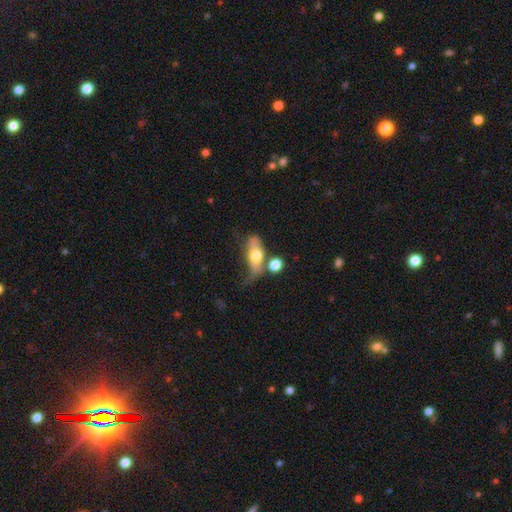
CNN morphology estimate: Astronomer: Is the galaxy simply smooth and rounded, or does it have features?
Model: smooth — 54% (runner-up: featured or disk, 38%).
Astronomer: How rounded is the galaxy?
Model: in between — 73%.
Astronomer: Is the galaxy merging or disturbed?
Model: none — 32% (runner-up: minor disturbance, 23%).